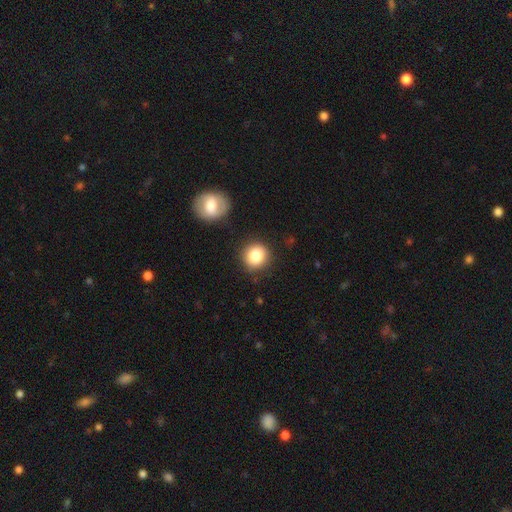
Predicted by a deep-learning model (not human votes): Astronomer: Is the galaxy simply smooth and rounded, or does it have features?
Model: smooth — 85%.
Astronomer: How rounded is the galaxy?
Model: round — 89%.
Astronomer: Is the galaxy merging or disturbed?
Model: none — 85%.